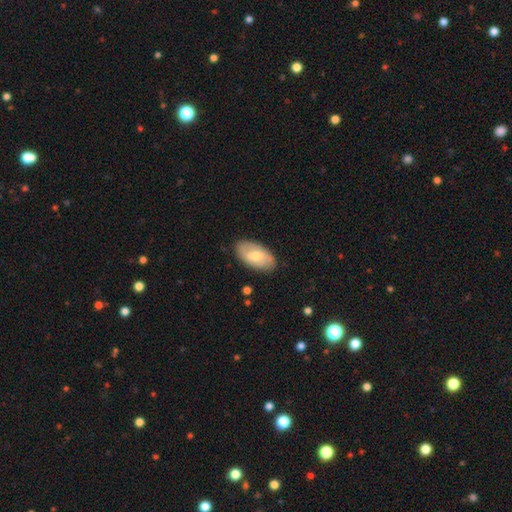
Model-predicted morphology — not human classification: Smooth or featured: smooth — 56% (featured or disk — 38%)
How rounded: in between — 94% (round — 4%)
Merging: none — 84% (minor disturbance — 12%)